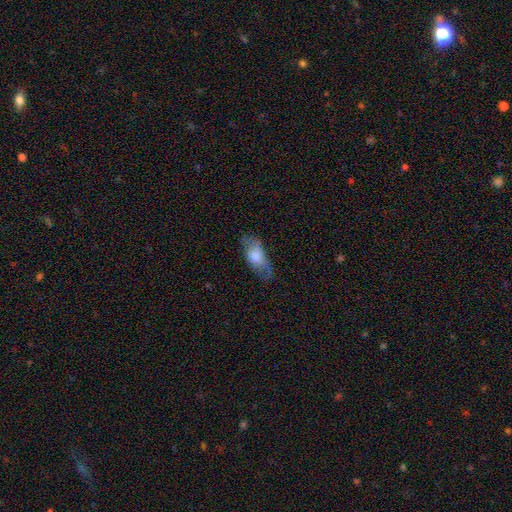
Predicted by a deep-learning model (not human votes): This is likely a smooth galaxy (64%). How rounded: clearly in between (85%). Merging: possibly none (56%).